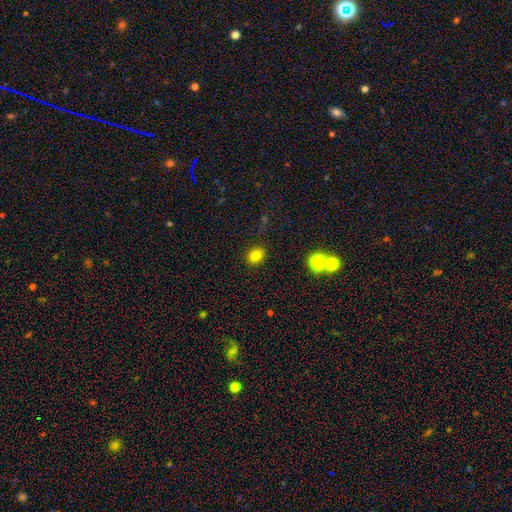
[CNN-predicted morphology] A smooth galaxy with no disk features (80%) that is round (59%).

Vote fractions:
- Smooth or featured? smooth: 80% / star or artifact: 13% / featured or disk: 7%
- How rounded? round: 59% / in between: 40% / cigar-shaped: 1%
- Merging? none: 88% / minor disturbance: 8% / major disturbance: 2% / merger: 2%